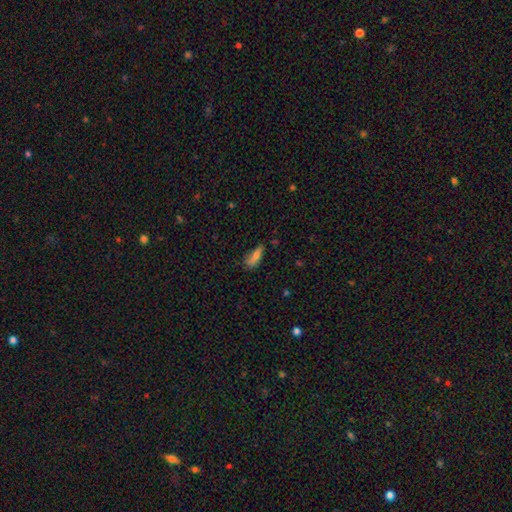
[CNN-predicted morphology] Smooth or featured? smooth (72%)
How rounded? in between (54%)
Merging? none (51%)